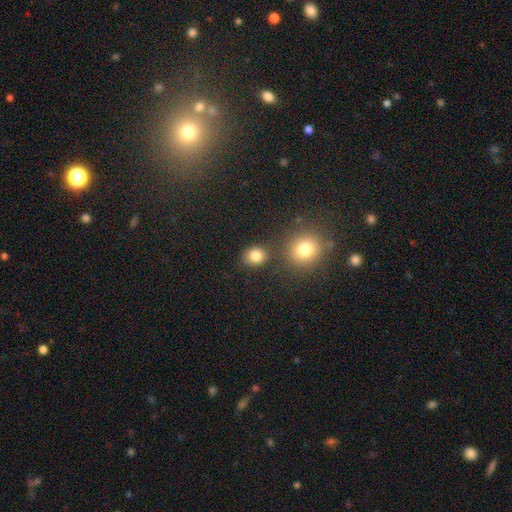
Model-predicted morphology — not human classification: Overall: smooth (82%). How rounded: round (69%; in between 30%). Merging: none (76%).